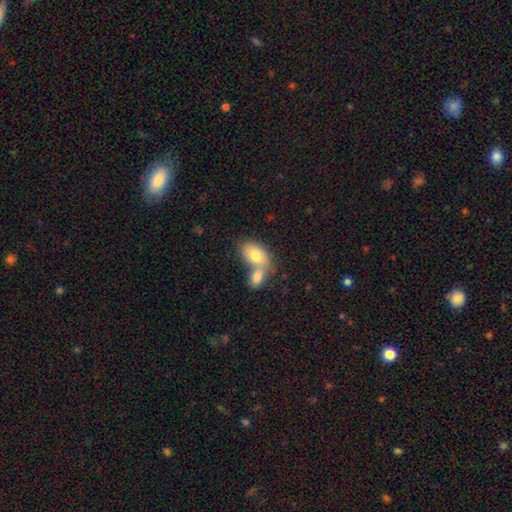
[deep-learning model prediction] Overall: smooth (75%). How rounded: in between (88%). Merging: merger (57%; none 31%).